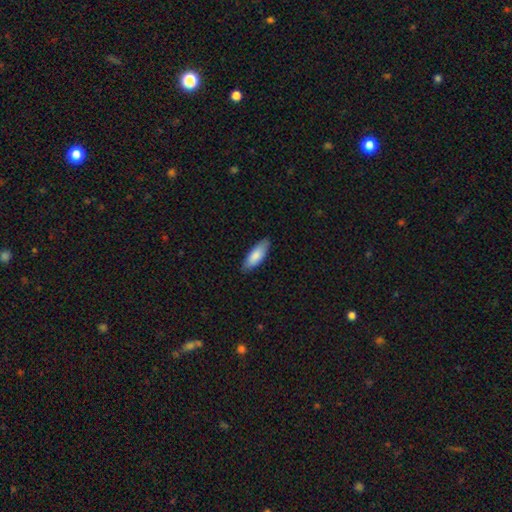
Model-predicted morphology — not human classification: type=smooth (85%); roundness=in between (64%); merging=none (86%).